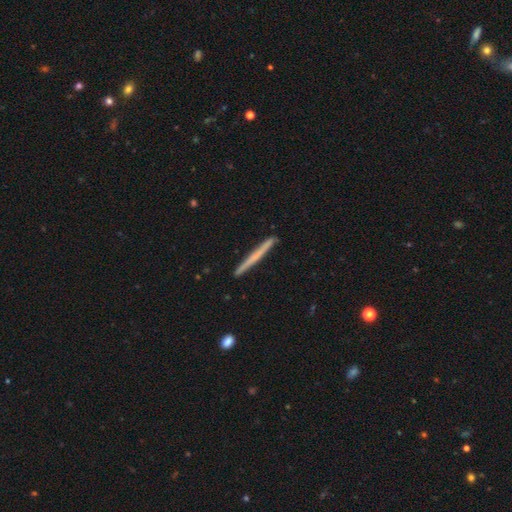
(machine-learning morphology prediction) This appears to be a smooth galaxy with no disk features (52%) that is cigar-shaped (97%). Merging: none (92%).